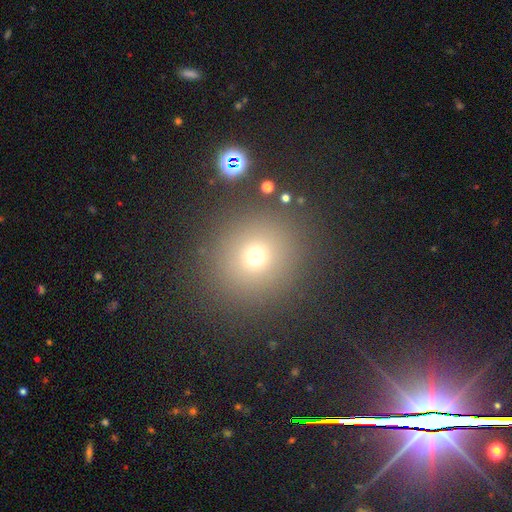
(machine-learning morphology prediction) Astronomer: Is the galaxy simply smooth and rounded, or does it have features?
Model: smooth — 60%.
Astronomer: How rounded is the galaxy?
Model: round — 90%.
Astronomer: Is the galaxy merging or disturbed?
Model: none — 88%.